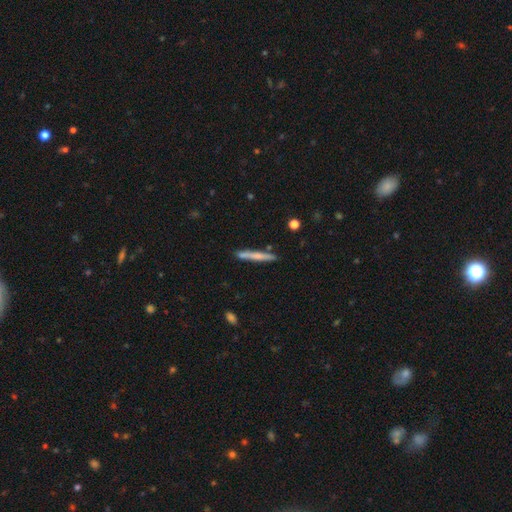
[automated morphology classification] Smooth or featured?
  - smooth: 56% *
  - featured or disk: 38%
  - star or artifact: 6%
How rounded?
  - cigar-shaped: 96% *
  - in between: 3%
  - round: 1%
Merging?
  - none: 86% *
  - minor disturbance: 10%
  - merger: 3%
  - major disturbance: 2%